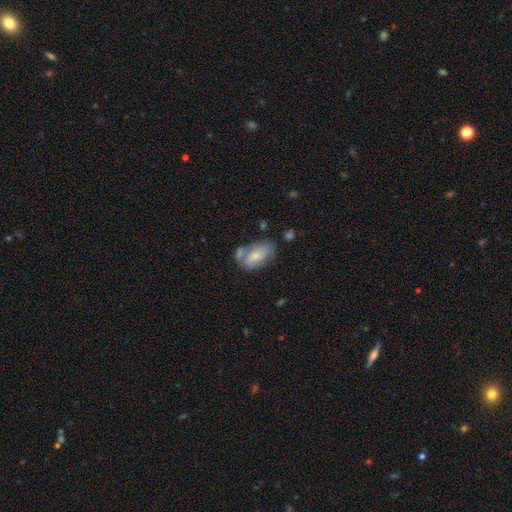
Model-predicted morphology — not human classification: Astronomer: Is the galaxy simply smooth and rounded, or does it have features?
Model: smooth — 66%.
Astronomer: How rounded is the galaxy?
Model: in between — 91%.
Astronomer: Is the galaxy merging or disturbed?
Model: none — 46% (runner-up: minor disturbance, 24%).